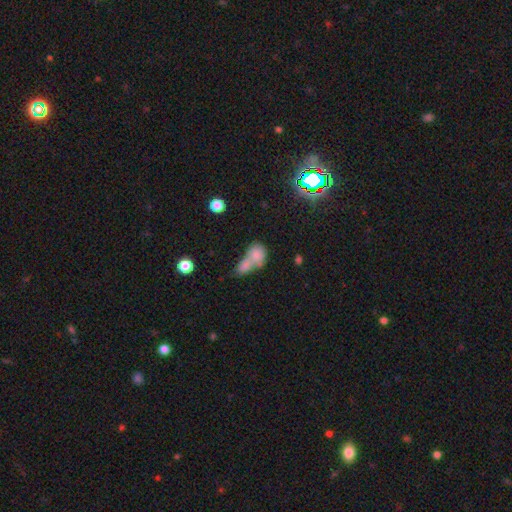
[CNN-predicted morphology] Smooth or featured? smooth (78%)
How rounded? in between (60%)
Merging? merger (72%)